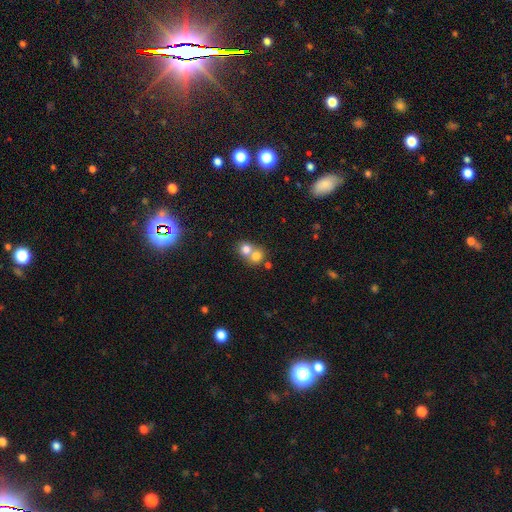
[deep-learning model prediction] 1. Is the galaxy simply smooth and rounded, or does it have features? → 74% smooth, 16% featured or disk, 11% star or artifact.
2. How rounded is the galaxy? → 75% round, 25% in between, 1% cigar-shaped.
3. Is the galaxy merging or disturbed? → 67% merger, 26% none, 4% minor disturbance, 2% major disturbance.